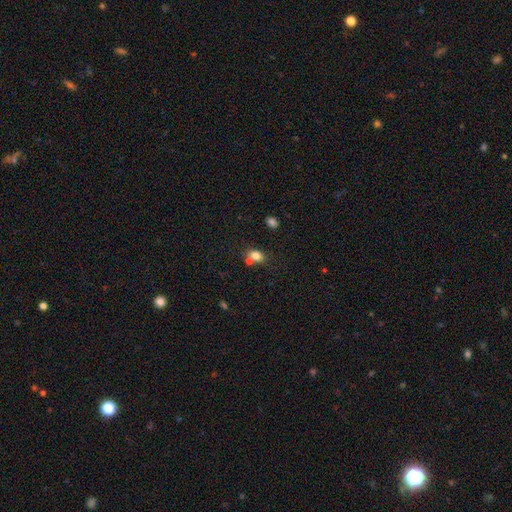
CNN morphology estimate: This appears to be a smooth galaxy with no disk features (79%) that is in between round and cigar-shaped (71%). Merging: none (50%).